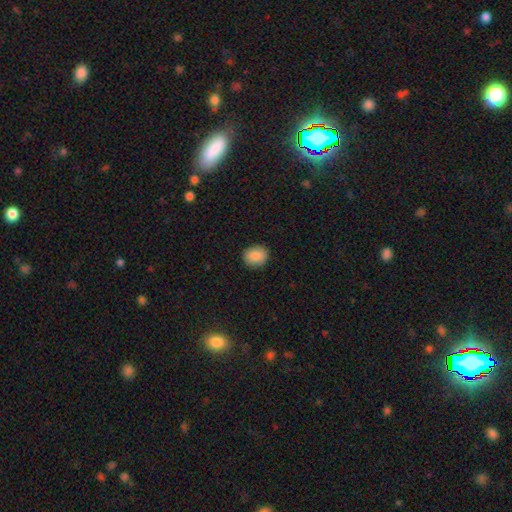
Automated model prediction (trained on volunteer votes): Smooth or featured?
  - smooth: 87% *
  - star or artifact: 8%
  - featured or disk: 5%
How rounded?
  - round: 69% *
  - in between: 30%
  - cigar-shaped: 1%
Merging?
  - none: 90% *
  - minor disturbance: 7%
  - major disturbance: 2%
  - merger: 1%